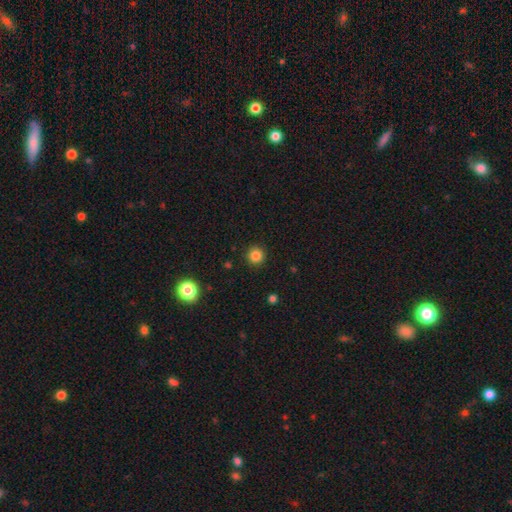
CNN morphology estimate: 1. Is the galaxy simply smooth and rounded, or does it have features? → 84% smooth, 12% star or artifact, 4% featured or disk.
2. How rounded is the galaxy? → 94% round, 5% in between, 1% cigar-shaped.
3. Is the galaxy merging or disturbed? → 91% none, 6% minor disturbance, 2% major disturbance, 1% merger.